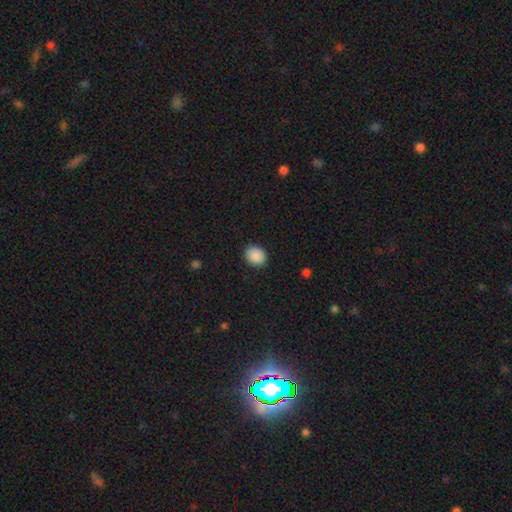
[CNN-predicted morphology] Q: Smooth or featured?
A: smooth (90%); runner-up: star or artifact (8%)
Q: How rounded?
A: round (52%); runner-up: in between (47%)
Q: Merging?
A: none (89%); runner-up: minor disturbance (8%)